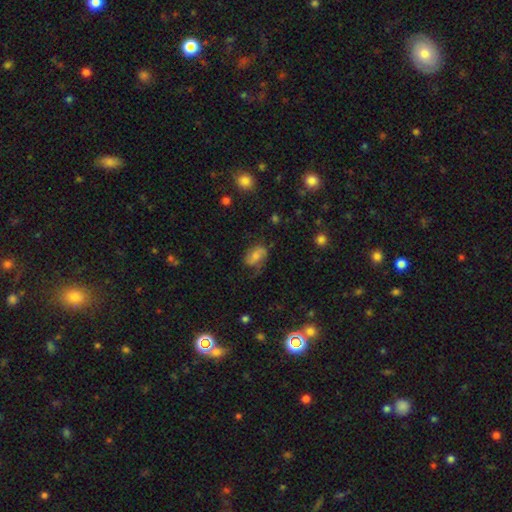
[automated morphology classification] This appears to be a featured or disk galaxy (47%). Merging: none (53%).